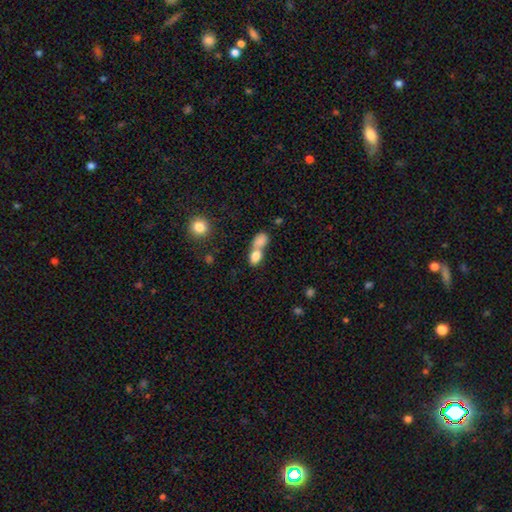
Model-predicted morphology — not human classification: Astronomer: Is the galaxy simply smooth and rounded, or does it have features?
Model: smooth — 80%.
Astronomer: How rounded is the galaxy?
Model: in between — 73%.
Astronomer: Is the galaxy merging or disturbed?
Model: merger — 67%.